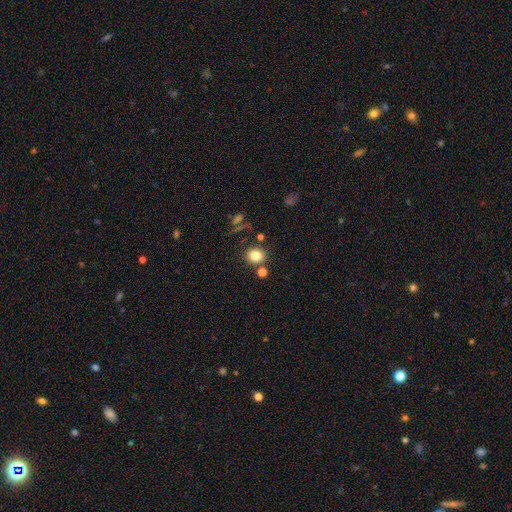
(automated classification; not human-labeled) Smooth or featured: smooth — 80% (star or artifact — 13%)
How rounded: round — 78% (in between — 21%)
Merging: none — 78% (merger — 10%)